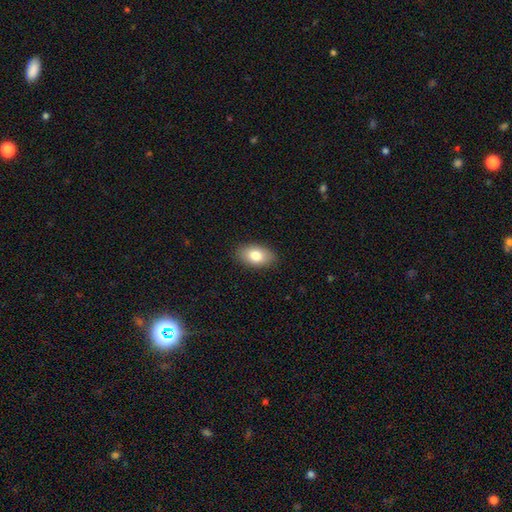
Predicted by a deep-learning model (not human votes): Morphology: type=smooth (80%); roundness=in between (92%); merging=none (88%).